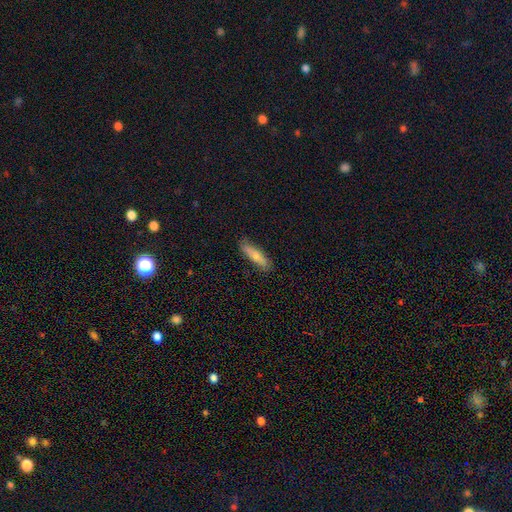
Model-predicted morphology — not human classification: Smooth or featured? Predicted: smooth (p=0.73). How rounded? Predicted: cigar-shaped (p=0.68). Merging? Predicted: none (p=0.84).